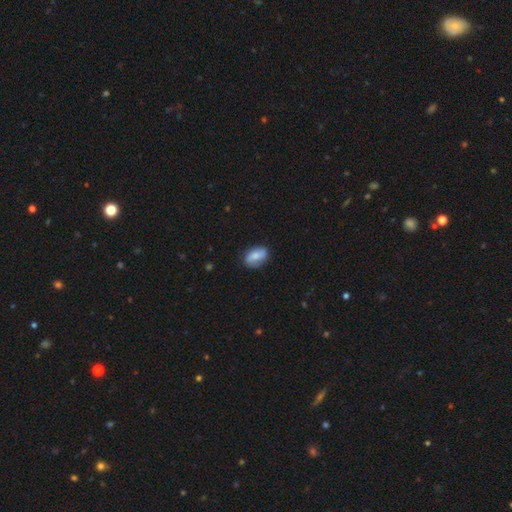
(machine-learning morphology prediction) smooth-or-featured: smooth: 67% | featured or disk: 25% | star or artifact: 8%
  how-rounded: in between: 85% | round: 12% | cigar-shaped: 3%
  merging: none: 74% | minor disturbance: 20% | major disturbance: 5% | merger: 2%